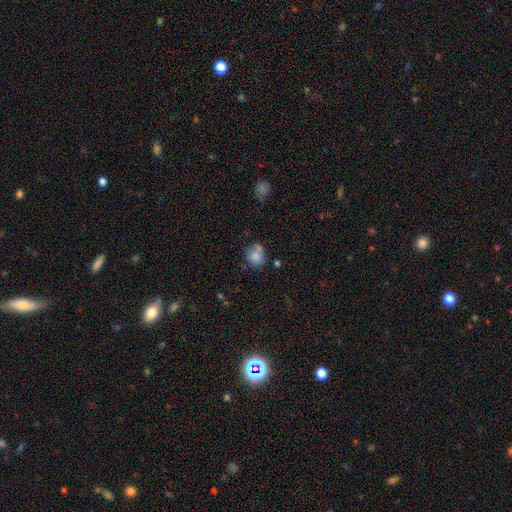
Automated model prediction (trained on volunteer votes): A smooth galaxy with no disk features (79%) that is round (69%).

Vote fractions:
- Smooth or featured? smooth: 79% / star or artifact: 11% / featured or disk: 10%
- How rounded? round: 69% / in between: 30% / cigar-shaped: 1%
- Merging? none: 47% / merger: 25% / minor disturbance: 20% / major disturbance: 8%